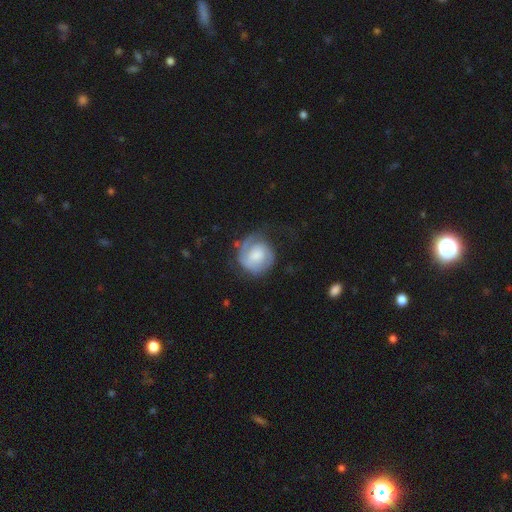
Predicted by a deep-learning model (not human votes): A featured or disk galaxy (59%) with no bar (57%), spiral arms (87%) and a moderate central bulge (31%). Merging: none (56%).